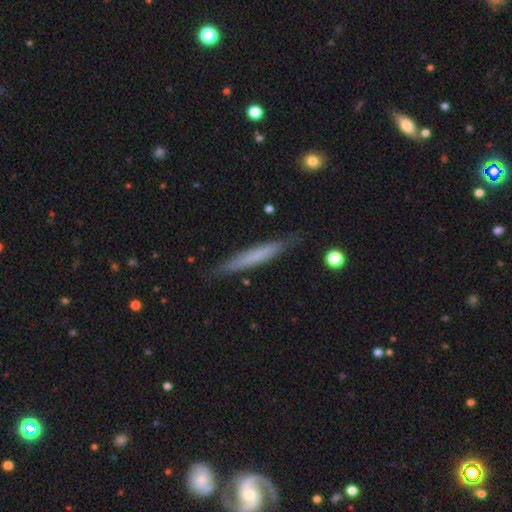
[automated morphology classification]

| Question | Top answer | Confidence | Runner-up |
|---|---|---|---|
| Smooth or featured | smooth | 58% | featured or disk (36%) |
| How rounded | cigar-shaped | 95% | in between (4%) |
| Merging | none | 84% | minor disturbance (12%) |